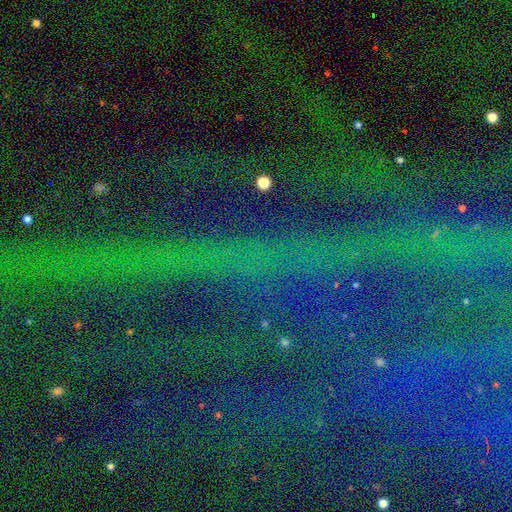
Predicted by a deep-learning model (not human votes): This is clearly a star or artifact rather than a galaxy (85%).